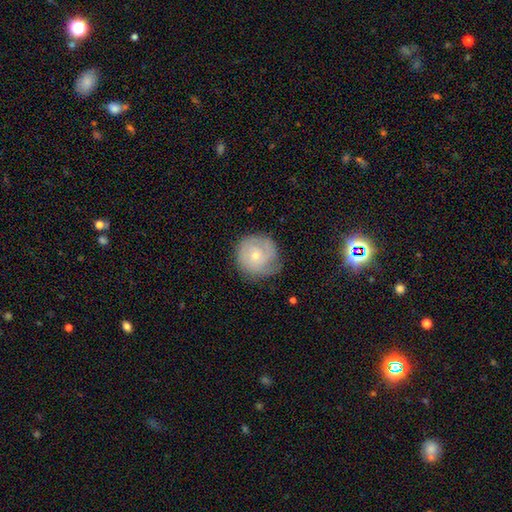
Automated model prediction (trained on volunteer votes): Smooth or featured? Predicted: featured or disk (p=0.53). Edge-on disk? Predicted: no (p=0.97). Bar? Predicted: no (p=0.80). Spiral arms? Predicted: yes (p=0.78). Bulge size? Predicted: small (p=0.67). Merging? Predicted: none (p=0.66).